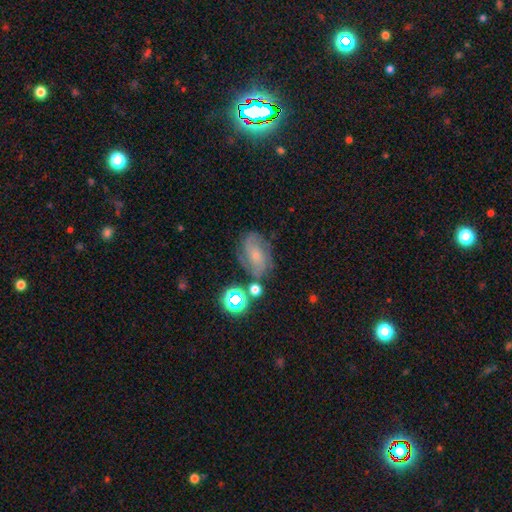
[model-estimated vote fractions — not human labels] This appears to be a featured or disk galaxy (61%) with no bar (68%), 2 (34%) medium (43%) spiral arms (89%) and a small central bulge (70%). Merging: none (59%).